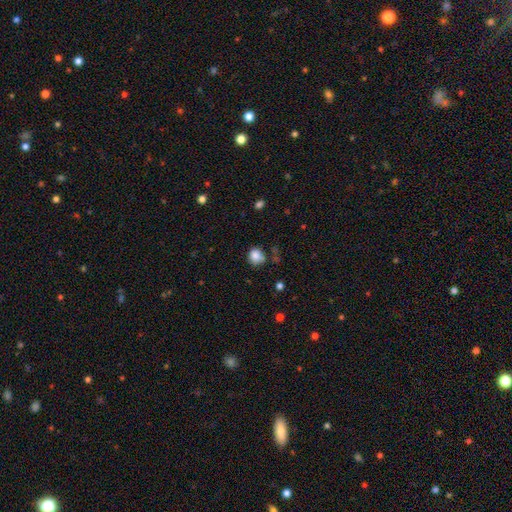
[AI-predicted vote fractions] Smooth or featured: smooth — 85% (star or artifact — 10%)
How rounded: round — 79% (in between — 20%)
Merging: none — 67% (minor disturbance — 21%)